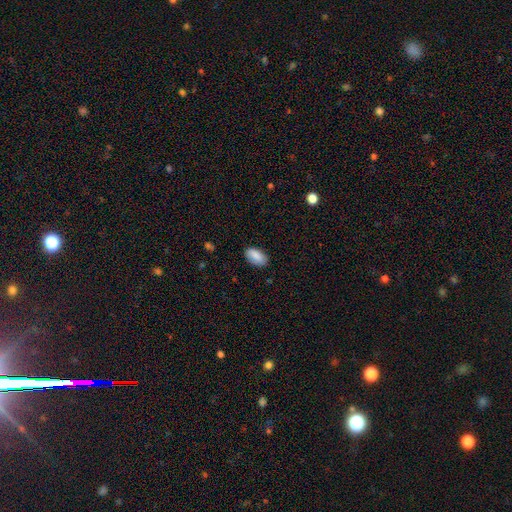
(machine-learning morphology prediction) Smooth or featured? smooth (84%)
How rounded? in between (93%)
Merging? none (81%)